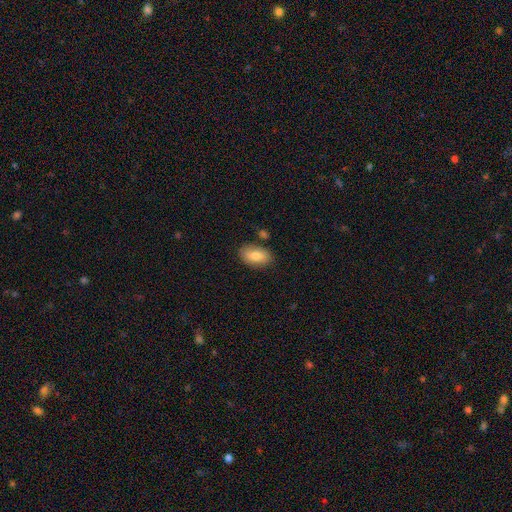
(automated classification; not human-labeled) Q: Smooth or featured?
A: smooth (80%); runner-up: featured or disk (13%)
Q: How rounded?
A: in between (92%); runner-up: round (6%)
Q: Merging?
A: none (80%); runner-up: minor disturbance (13%)